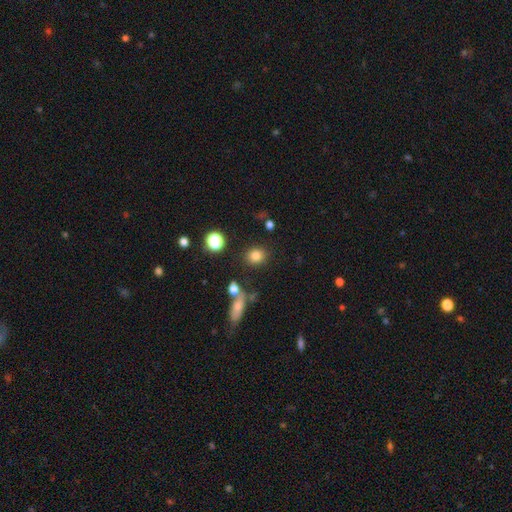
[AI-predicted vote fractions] smooth_or_featured: smooth (p=0.80) [alt: star or artifact p=0.13]
how_rounded: round (p=0.68) [alt: in between p=0.30]
merging: none (p=0.82) [alt: minor disturbance p=0.09]